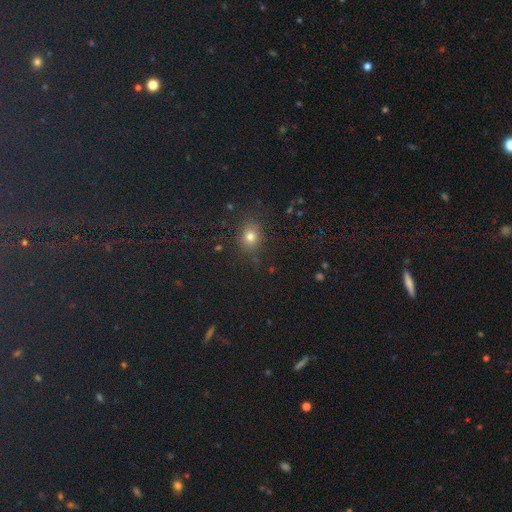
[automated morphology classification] Overall: smooth (54%; star or artifact 38%). How rounded: round (57%; in between 40%). Merging: none (85%).